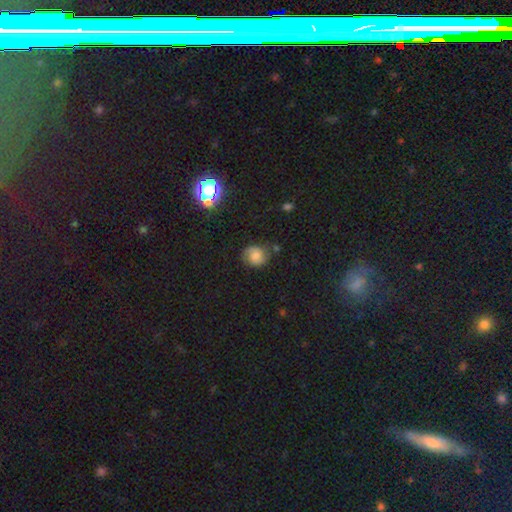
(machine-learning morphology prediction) Smooth or featured? Predicted: smooth (p=0.49). Merging? Predicted: none (p=0.69).